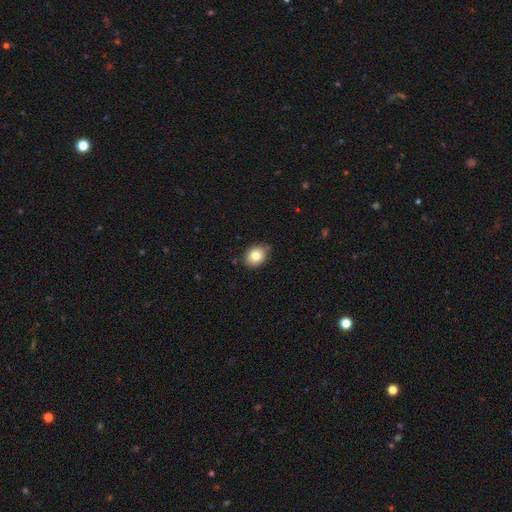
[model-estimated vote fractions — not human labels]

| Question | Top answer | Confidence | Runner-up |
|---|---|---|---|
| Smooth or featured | smooth | 80% | featured or disk (11%) |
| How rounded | in between | 51% | round (48%) |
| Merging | none | 79% | minor disturbance (16%) |